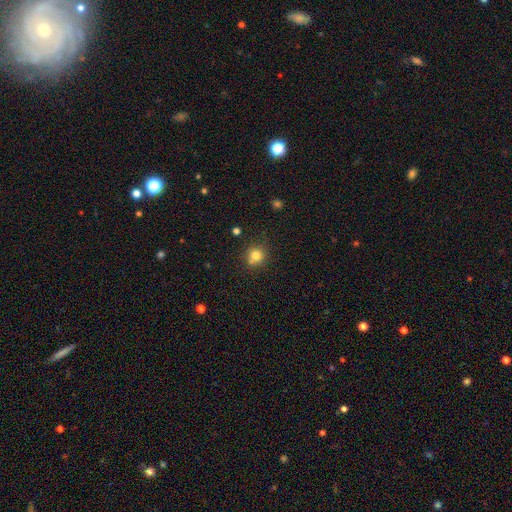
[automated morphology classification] Smooth or featured: smooth — 78% (star or artifact — 14%)
How rounded: round — 88% (in between — 11%)
Merging: none — 69% (merger — 16%)